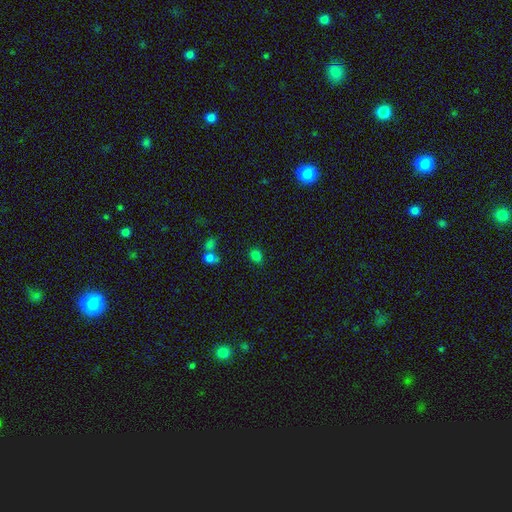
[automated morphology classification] The model was most divided on "how rounded": in between: 55%, round: 43%, cigar-shaped: 1%. More confident: smooth or featured — smooth (77%); merging — none (73%).